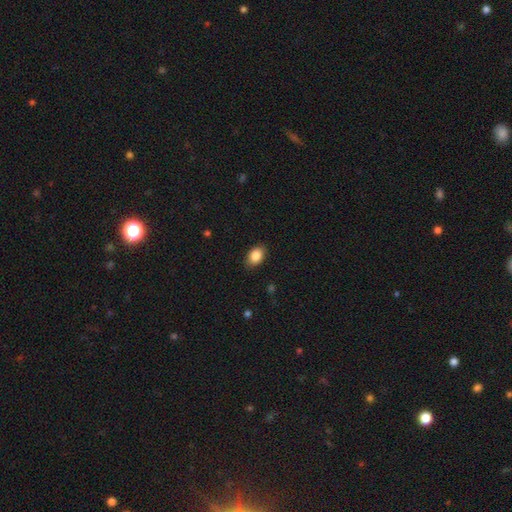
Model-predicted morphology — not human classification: This is clearly a smooth galaxy (86%). How rounded: clearly in between (83%). Merging: clearly none (87%).